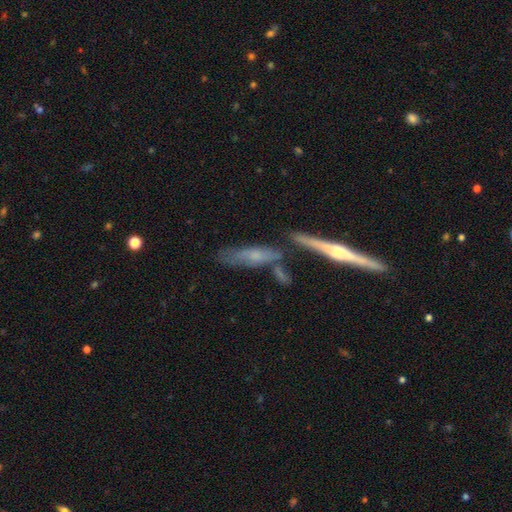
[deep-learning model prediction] smooth_or_featured: featured or disk (p=0.54) [alt: smooth p=0.38]
disk_edge_on: yes (p=0.81) [alt: no p=0.19]
merging: none (p=0.55) [alt: merger p=0.19]